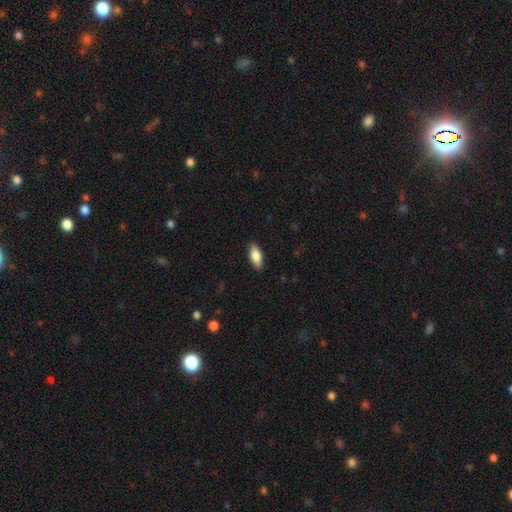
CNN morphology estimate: Smooth or featured?
  - smooth: 78% *
  - featured or disk: 16%
  - star or artifact: 6%
How rounded?
  - in between: 75% *
  - cigar-shaped: 23%
  - round: 2%
Merging?
  - none: 89% *
  - minor disturbance: 8%
  - major disturbance: 2%
  - merger: 1%